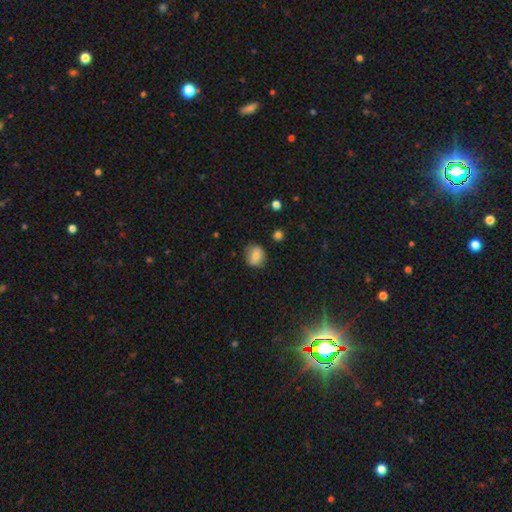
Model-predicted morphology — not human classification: This appears to be a smooth galaxy with no disk features (77%) that is round (72%). Merging: none (79%).